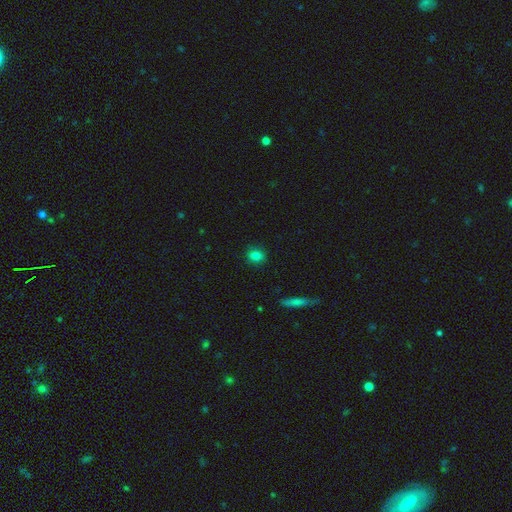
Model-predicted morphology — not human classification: Q: Smooth or featured?
A: smooth (82%); runner-up: star or artifact (11%)
Q: How rounded?
A: round (71%); runner-up: in between (27%)
Q: Merging?
A: none (89%); runner-up: minor disturbance (8%)